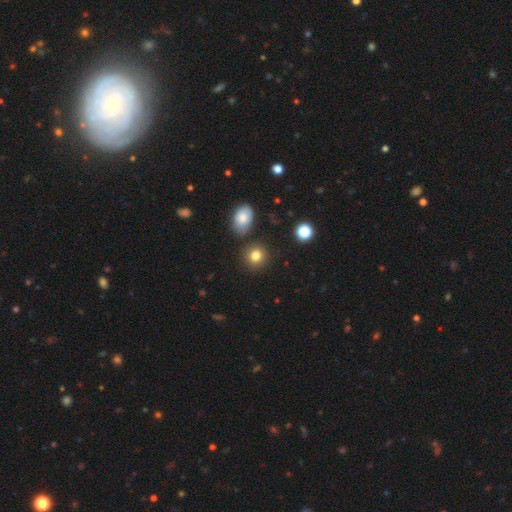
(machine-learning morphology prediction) Overall: smooth (82%). How rounded: round (82%). Merging: none (84%).